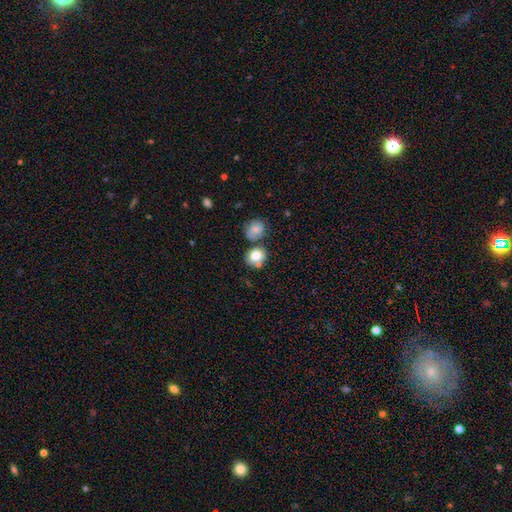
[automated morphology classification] The model was most divided on "how rounded": round: 63%, in between: 36%, cigar-shaped: 1%. More confident: smooth or featured — smooth (79%); merging — none (57%).